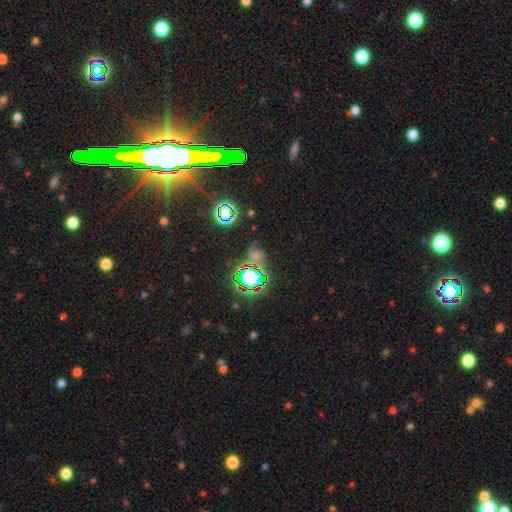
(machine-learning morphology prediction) smooth-or-featured: star or artifact: 65% | smooth: 25% | featured or disk: 10%